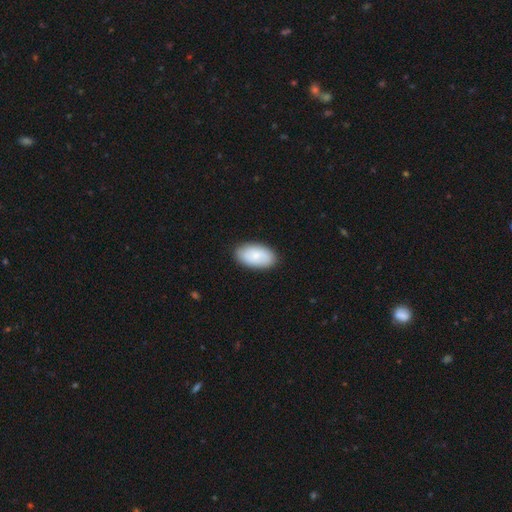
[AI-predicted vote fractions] Morphology: type=smooth (80%); roundness=in between (95%); merging=none (88%).